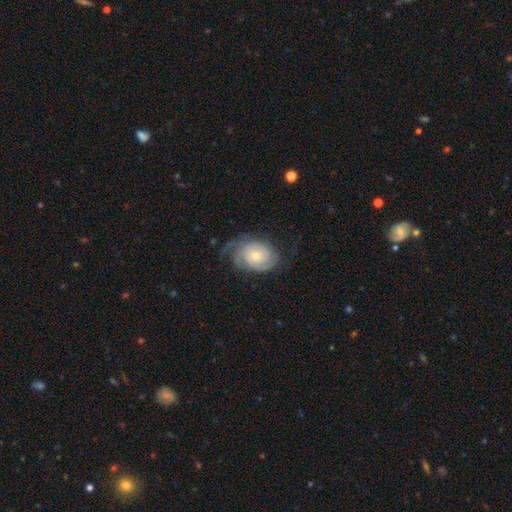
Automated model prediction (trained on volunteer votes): smooth-or-featured: featured or disk: 69% | smooth: 25% | star or artifact: 6%
  disk-edge-on: no: 97% | yes: 3%
    bar: no: 76% | weak: 21% | strong: 3%
    has-spiral-arms: yes: 90% | no: 10%
      spiral-winding: tight: 55% | medium: 31% | loose: 15%
      spiral-arm-count: 2: 37% | can't tell: 33% | 3: 13% | 1: 8% | 4: 5% | more than 4: 4%
    bulge-size: moderate: 48% | small: 43% | large: 5% | none: 3% | dominant: 1%
  merging: none: 53% | minor disturbance: 26% | major disturbance: 20% | merger: 1%